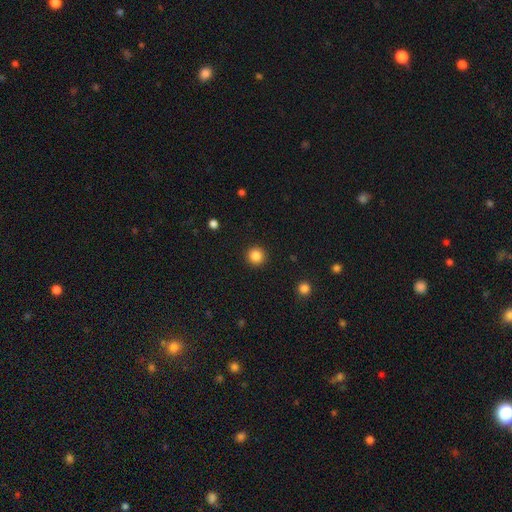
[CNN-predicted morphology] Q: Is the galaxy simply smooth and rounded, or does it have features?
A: smooth — 85%.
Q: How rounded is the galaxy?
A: round — 95%.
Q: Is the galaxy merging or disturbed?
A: none — 92%.